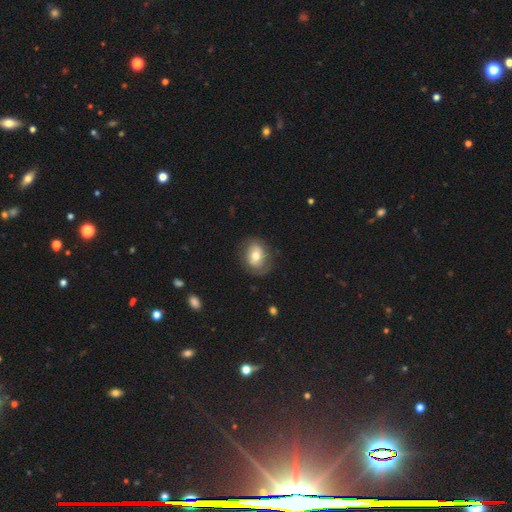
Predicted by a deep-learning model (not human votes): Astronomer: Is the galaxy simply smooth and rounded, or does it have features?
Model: smooth — 60%.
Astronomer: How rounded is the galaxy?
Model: in between — 56% (runner-up: round, 43%).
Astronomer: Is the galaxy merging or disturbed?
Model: none — 75%.